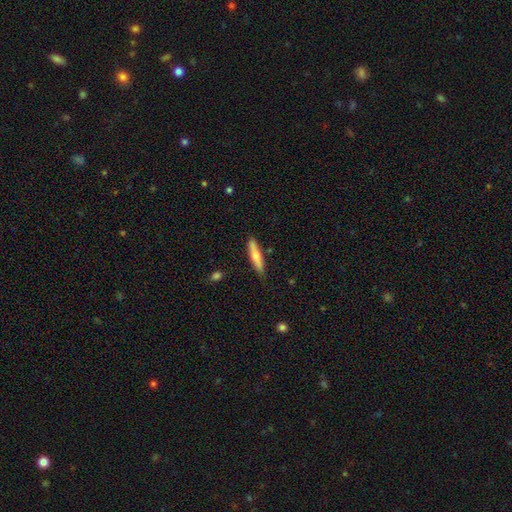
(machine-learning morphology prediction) A smooth galaxy with no disk features (66%) that is cigar-shaped (86%).

Vote fractions:
- Smooth or featured? smooth: 66% / featured or disk: 29% / star or artifact: 6%
- How rounded? cigar-shaped: 86% / in between: 13% / round: 2%
- Merging? none: 83% / minor disturbance: 13% / merger: 2% / major disturbance: 2%